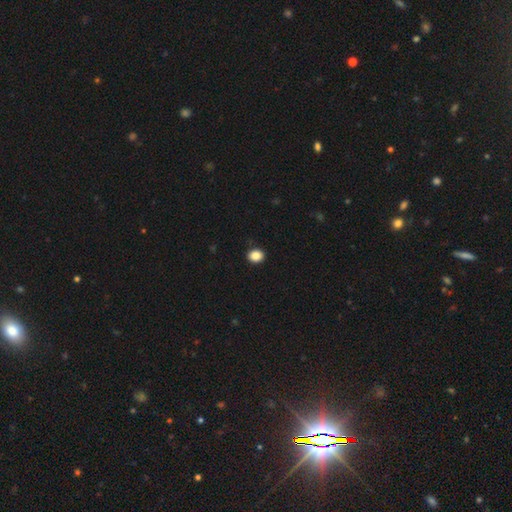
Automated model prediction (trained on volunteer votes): smooth 87%, star or artifact 9%, featured or disk 4%. Down the decision tree: how rounded — round (57%); merging — none (90%).